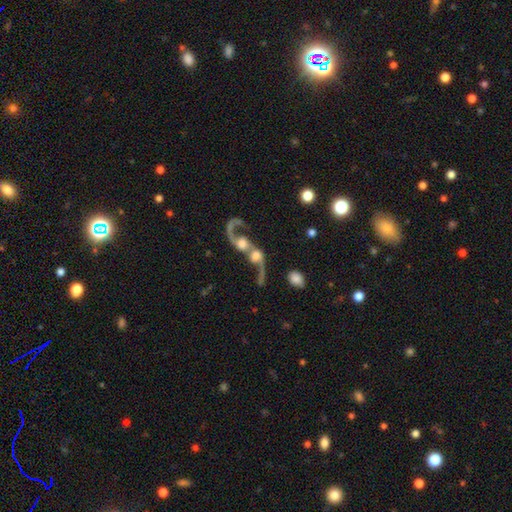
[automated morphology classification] Q: Smooth or featured?
A: featured or disk (67%); runner-up: smooth (22%)
Q: Edge-on disk?
A: no (94%); runner-up: yes (6%)
Q: Bar?
A: no (69%); runner-up: weak (22%)
Q: Spiral arms?
A: yes (76%); runner-up: no (24%)
Q: Bulge size?
A: moderate (41%); runner-up: large (28%)
Q: Merging?
A: merger (79%); runner-up: major disturbance (9%)